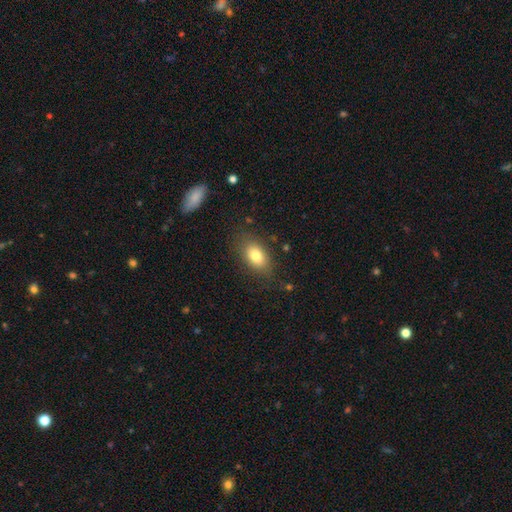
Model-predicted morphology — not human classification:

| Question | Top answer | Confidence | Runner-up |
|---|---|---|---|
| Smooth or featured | smooth | 80% | featured or disk (12%) |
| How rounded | in between | 87% | round (10%) |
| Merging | none | 80% | minor disturbance (14%) |